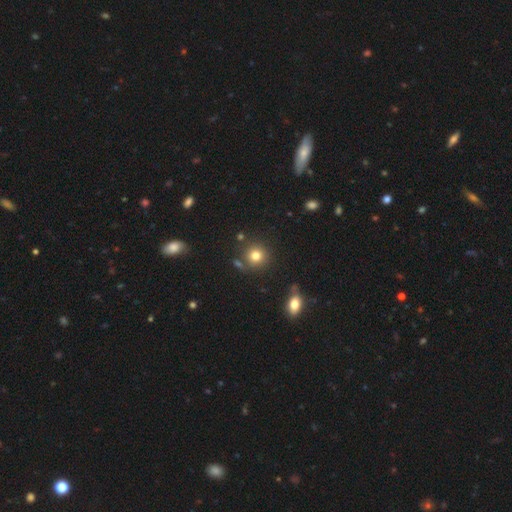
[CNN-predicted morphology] smooth-or-featured: smooth: 79% | star or artifact: 13% | featured or disk: 8%
  how-rounded: round: 91% | in between: 8% | cigar-shaped: 1%
  merging: none: 81% | minor disturbance: 9% | merger: 7% | major disturbance: 3%